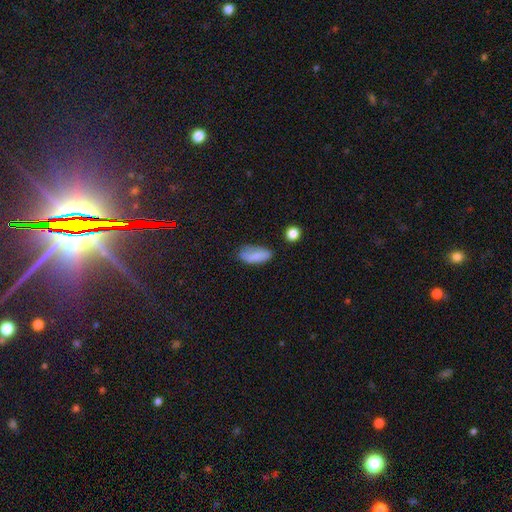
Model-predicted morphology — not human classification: This is likely a smooth galaxy (79%). How rounded: clearly in between (85%). Merging: possibly none (57%).